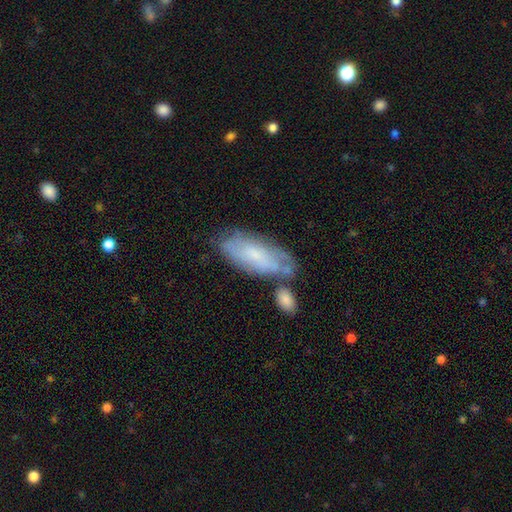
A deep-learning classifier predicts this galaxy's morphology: Smooth or featured? smooth (54%)
How rounded? in between (83%)
Merging? none (47%)